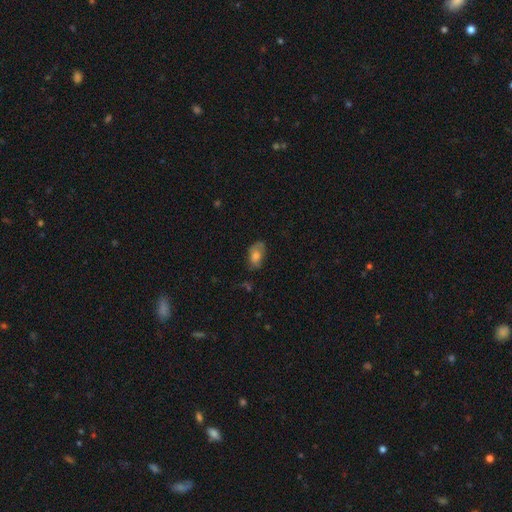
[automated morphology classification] Smooth or featured? Predicted: smooth (p=0.72). How rounded? Predicted: in between (p=0.91). Merging? Predicted: none (p=0.57).